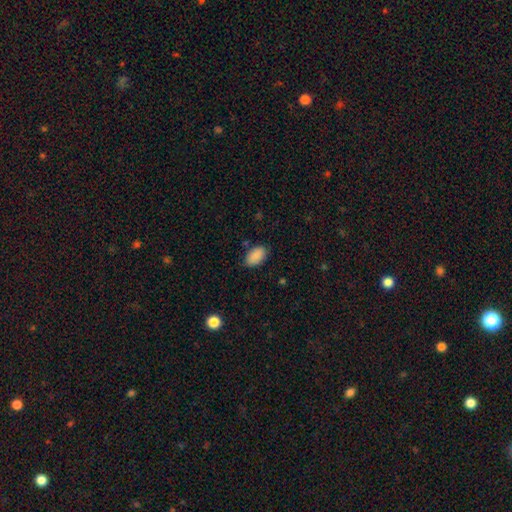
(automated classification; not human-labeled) Smooth or featured?
  - smooth: 90% *
  - star or artifact: 7%
  - featured or disk: 4%
How rounded?
  - in between: 93% *
  - round: 5%
  - cigar-shaped: 2%
Merging?
  - none: 83% *
  - minor disturbance: 13%
  - major disturbance: 3%
  - merger: 2%